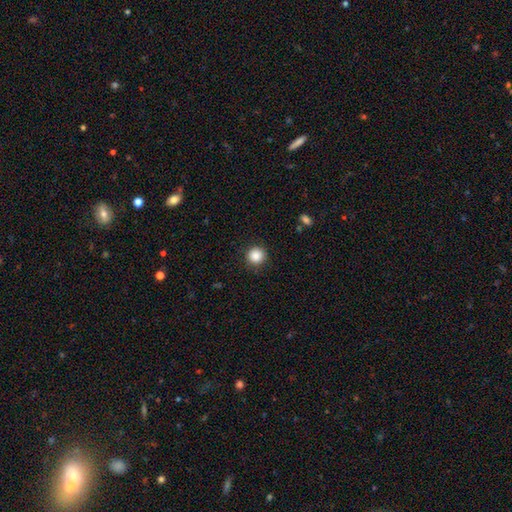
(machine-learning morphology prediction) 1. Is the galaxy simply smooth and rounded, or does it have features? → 87% smooth, 10% star or artifact, 4% featured or disk.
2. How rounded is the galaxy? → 94% round, 5% in between, 1% cigar-shaped.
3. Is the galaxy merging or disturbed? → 89% none, 7% minor disturbance, 2% major disturbance, 1% merger.